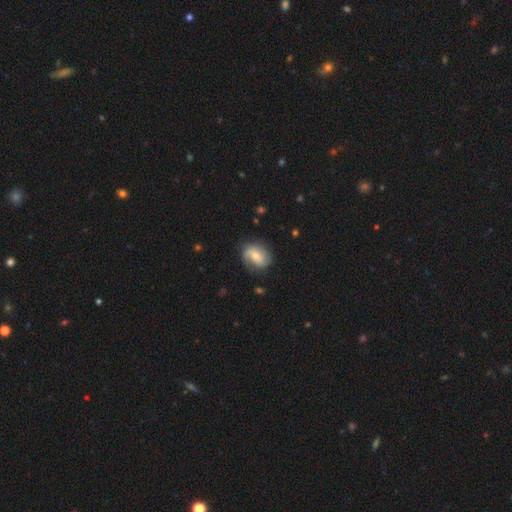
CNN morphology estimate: Smooth or featured: featured or disk — 64% (smooth — 29%)
Edge-on disk: no — 97% (yes — 3%)
Bar: no — 53% (weak — 36%)
Spiral arms: yes — 89% (no — 11%)
Spiral winding: medium — 39% (loose — 31%)
Spiral arm count: 2 — 54% (1 — 26%)
Bulge size: moderate — 51% (small — 43%)
Merging: none — 67% (minor disturbance — 21%)